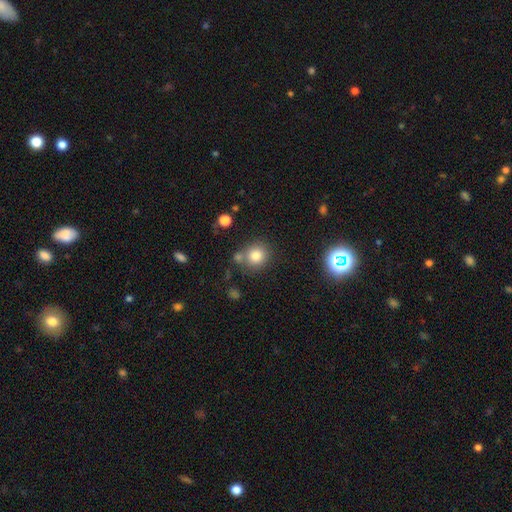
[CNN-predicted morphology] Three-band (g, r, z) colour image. It shows a smooth galaxy with no disk features (81%) that is round (85%). Merging: none (68%).